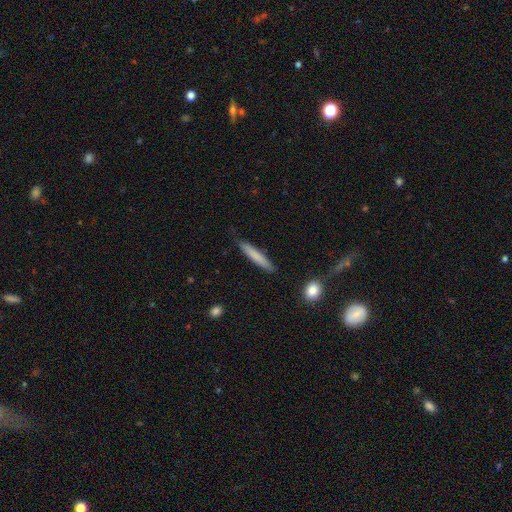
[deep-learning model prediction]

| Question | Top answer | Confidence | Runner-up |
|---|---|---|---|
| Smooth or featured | smooth | 76% | featured or disk (18%) |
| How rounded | cigar-shaped | 93% | in between (6%) |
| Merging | none | 86% | minor disturbance (11%) |